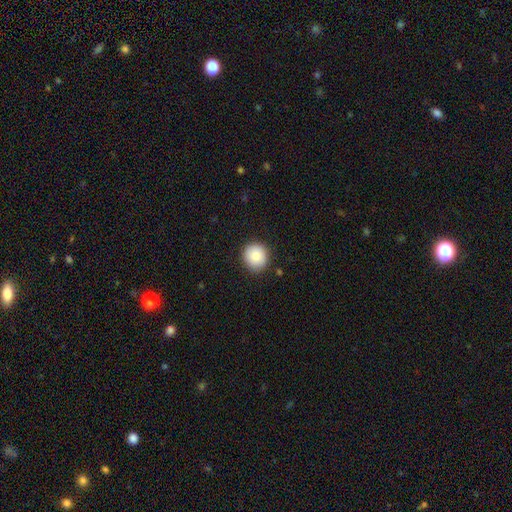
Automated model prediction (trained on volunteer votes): This is clearly a smooth galaxy (86%). How rounded: clearly round (90%). Merging: clearly none (89%).